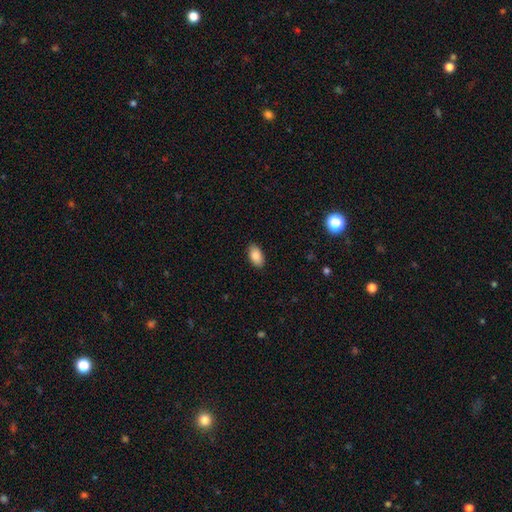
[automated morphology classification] smooth-or-featured: smooth: 88% | star or artifact: 7% | featured or disk: 5%
  how-rounded: in between: 94% | round: 4% | cigar-shaped: 2%
  merging: none: 88% | minor disturbance: 9% | major disturbance: 2% | merger: 1%